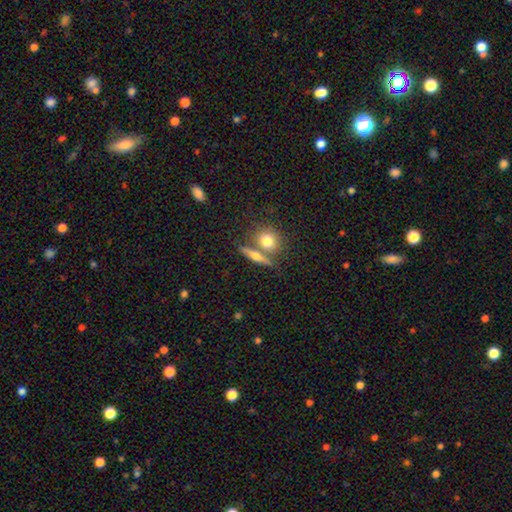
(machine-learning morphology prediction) Smooth or featured? Predicted: smooth (p=0.51). How rounded? Predicted: cigar-shaped (p=0.39). Merging? Predicted: none (p=0.62).